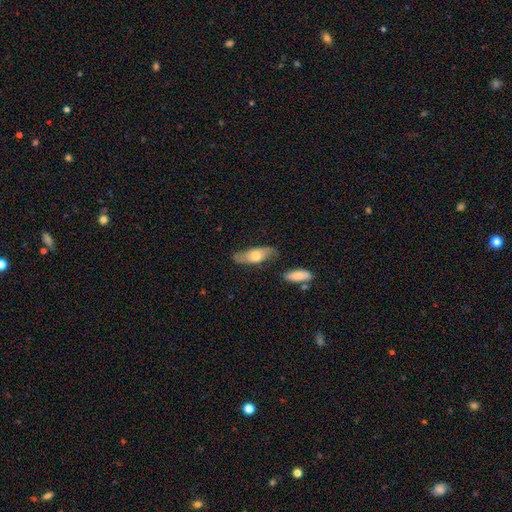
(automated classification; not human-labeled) Smooth or featured? Predicted: smooth (p=0.61). How rounded? Predicted: in between (p=0.71). Merging? Predicted: none (p=0.66).